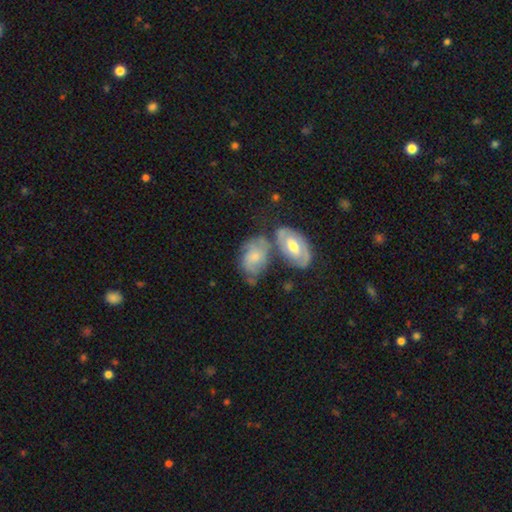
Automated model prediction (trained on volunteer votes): smooth-or-featured: featured or disk: 53% | smooth: 40% | star or artifact: 7%
  disk-edge-on: no: 95% | yes: 5%
    bar: no: 66% | weak: 29% | strong: 5%
    has-spiral-arms: yes: 77% | no: 23%
    bulge-size: moderate: 45% | small: 36% | none: 10% | large: 7% | dominant: 2%
  merging: none: 35% | merger: 32% | minor disturbance: 21% | major disturbance: 12%